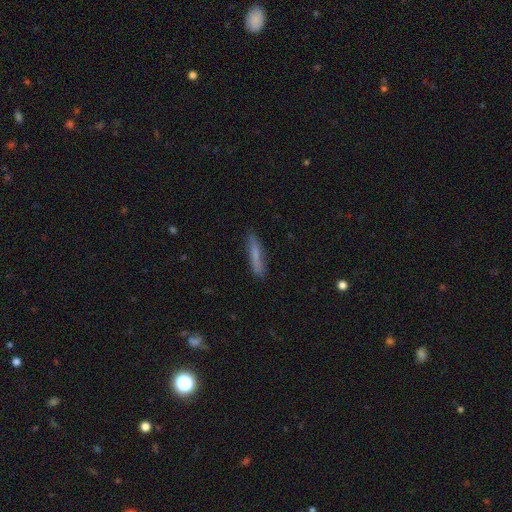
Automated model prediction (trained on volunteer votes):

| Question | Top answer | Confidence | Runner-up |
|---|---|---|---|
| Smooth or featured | smooth | 71% | featured or disk (21%) |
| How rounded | cigar-shaped | 91% | in between (7%) |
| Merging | none | 83% | minor disturbance (13%) |